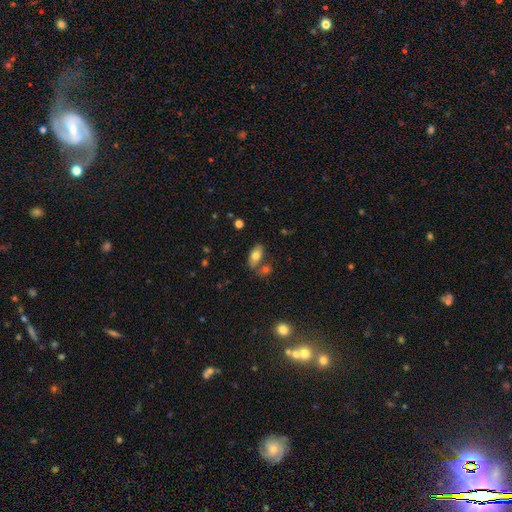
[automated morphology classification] Overall: smooth (73%). How rounded: in between (88%). Merging: none (68%).